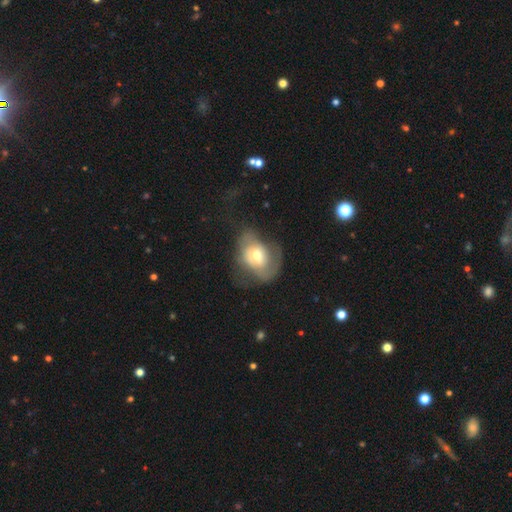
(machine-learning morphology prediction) smooth-or-featured: smooth: 48% | featured or disk: 44% | star or artifact: 8%
  merging: major disturbance: 37% | none: 31% | minor disturbance: 29% | merger: 3%